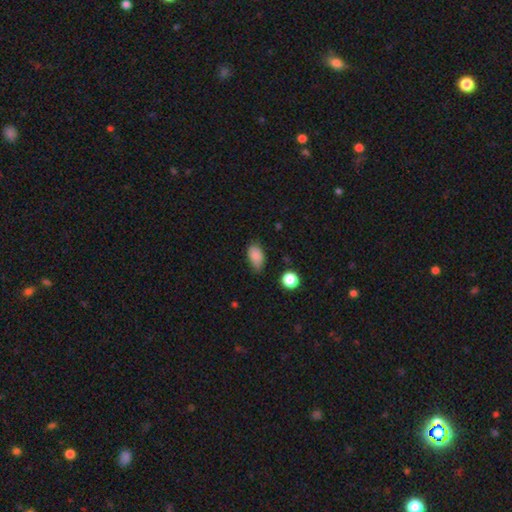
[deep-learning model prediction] Smooth or featured: smooth — 85% (star or artifact — 9%)
How rounded: in between — 89% (round — 8%)
Merging: none — 64% (minor disturbance — 29%)